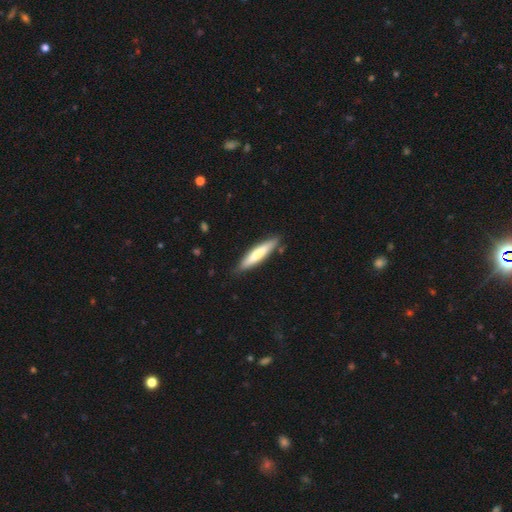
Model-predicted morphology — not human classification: Smooth or featured?
  - smooth: 66% *
  - featured or disk: 29%
  - star or artifact: 5%
How rounded?
  - cigar-shaped: 87% *
  - in between: 12%
  - round: 1%
Merging?
  - none: 85% *
  - minor disturbance: 11%
  - merger: 2%
  - major disturbance: 2%